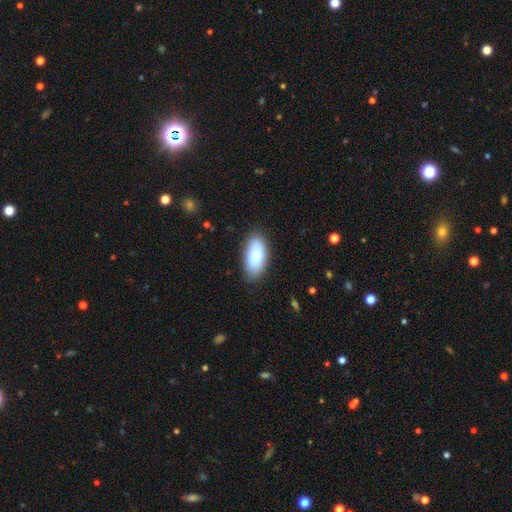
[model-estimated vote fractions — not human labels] A smooth galaxy with no disk features (86%) that is in between round and cigar-shaped (92%). Merging: none (80%).